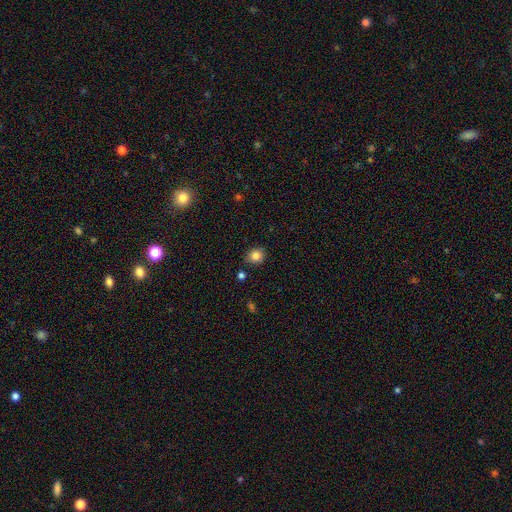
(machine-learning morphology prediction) Smooth or featured? smooth (83%)
How rounded? round (76%)
Merging? none (82%)